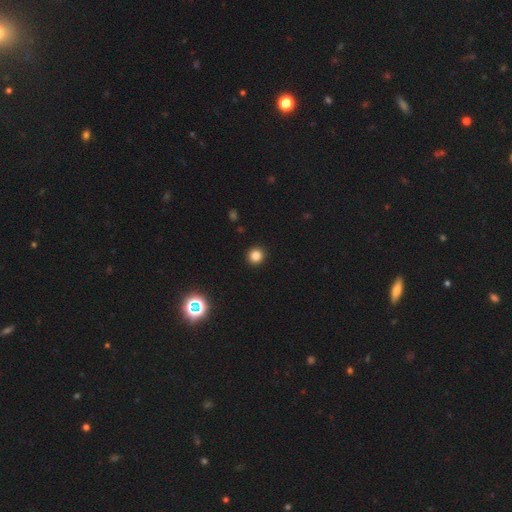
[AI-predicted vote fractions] smooth-or-featured: smooth: 83% | star or artifact: 13% | featured or disk: 4%
  how-rounded: round: 94% | in between: 6% | cigar-shaped: 1%
  merging: none: 93% | minor disturbance: 4% | major disturbance: 2% | merger: 1%